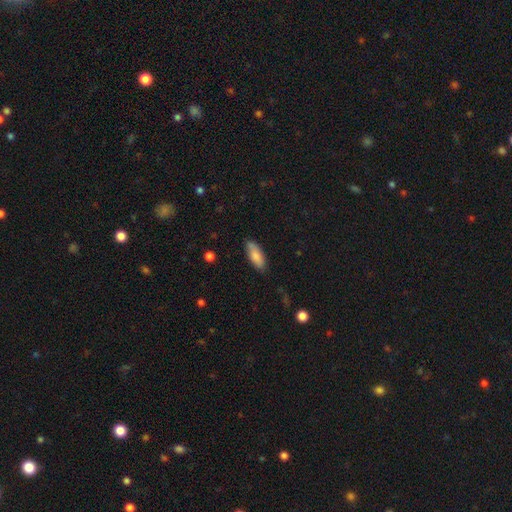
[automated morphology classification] smooth 83%, featured or disk 11%, star or artifact 6%. Down the decision tree: how rounded — in between (76%); merging — none (81%).